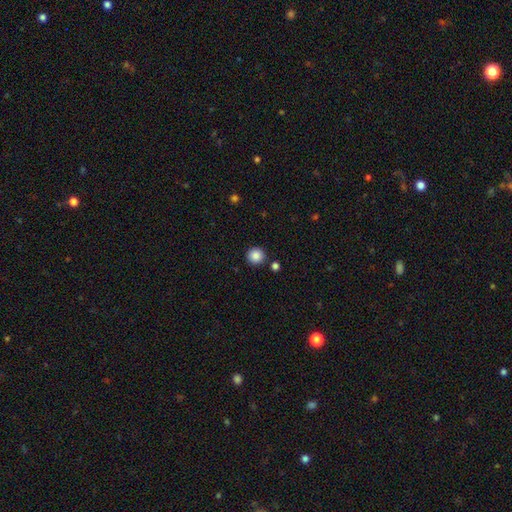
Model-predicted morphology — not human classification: Smooth or featured? smooth (87%)
How rounded? round (95%)
Merging? none (89%)